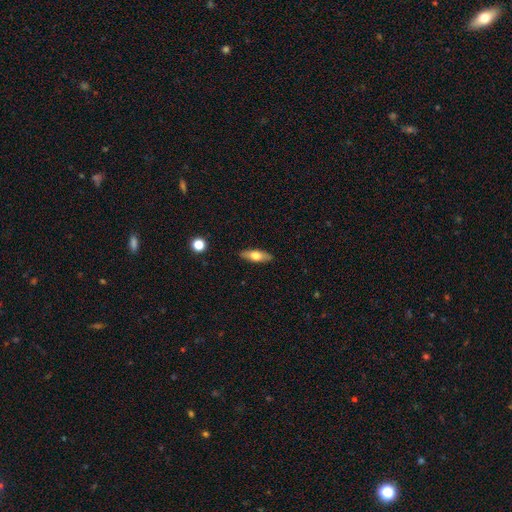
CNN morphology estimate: Smooth or featured?
  - smooth: 60% *
  - featured or disk: 34%
  - star or artifact: 6%
How rounded?
  - in between: 57% *
  - cigar-shaped: 39%
  - round: 4%
Merging?
  - none: 88% *
  - minor disturbance: 8%
  - major disturbance: 2%
  - merger: 1%